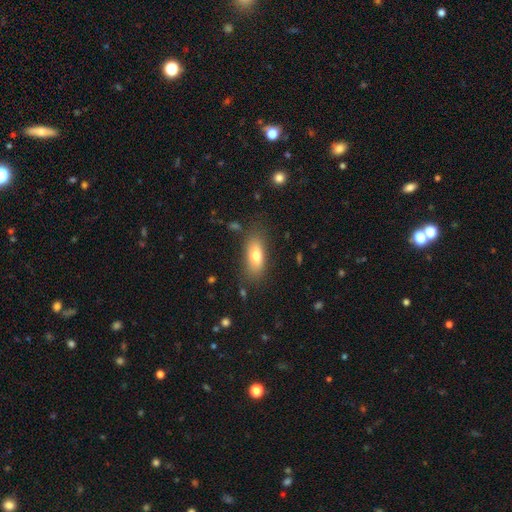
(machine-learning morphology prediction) Overall: smooth (74%). How rounded: in between (78%). Merging: none (78%).